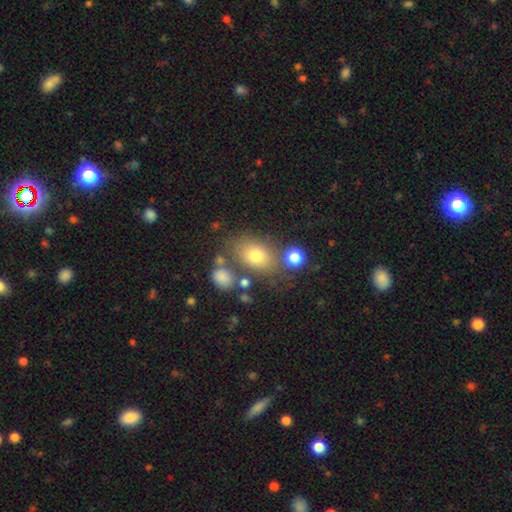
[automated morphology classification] smooth-or-featured: smooth: 72% | featured or disk: 15% | star or artifact: 13%
  how-rounded: in between: 75% | round: 24% | cigar-shaped: 2%
  merging: none: 68% | minor disturbance: 14% | merger: 11% | major disturbance: 6%